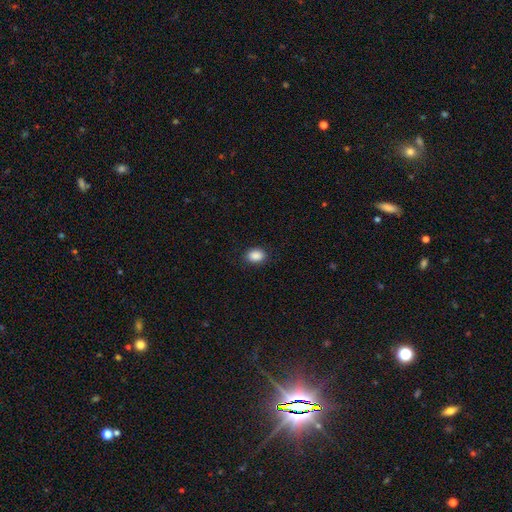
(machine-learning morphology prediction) The model was most divided on "how rounded": in between: 76%, round: 23%, cigar-shaped: 1%. More confident: smooth or featured — smooth (89%); merging — none (88%).